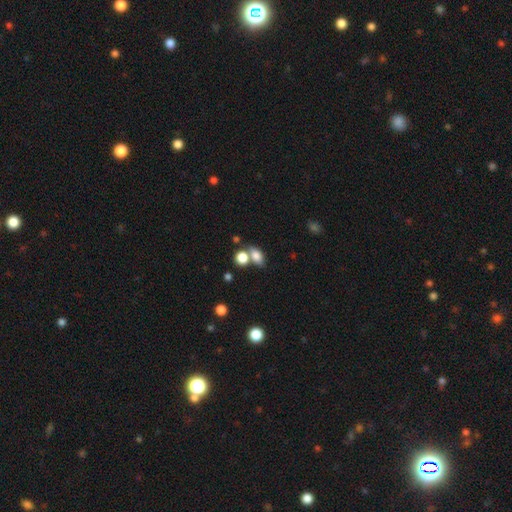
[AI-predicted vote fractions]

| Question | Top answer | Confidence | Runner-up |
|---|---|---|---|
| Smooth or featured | smooth | 80% | star or artifact (11%) |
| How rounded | in between | 74% | round (23%) |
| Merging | none | 45% | merger (38%) |